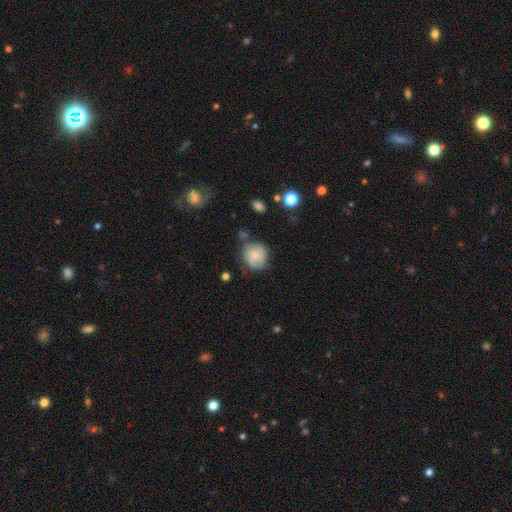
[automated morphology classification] smooth-or-featured: smooth: 63% | featured or disk: 29% | star or artifact: 8%
  how-rounded: round: 84% | in between: 15% | cigar-shaped: 1%
  merging: none: 65% | minor disturbance: 23% | major disturbance: 7% | merger: 5%